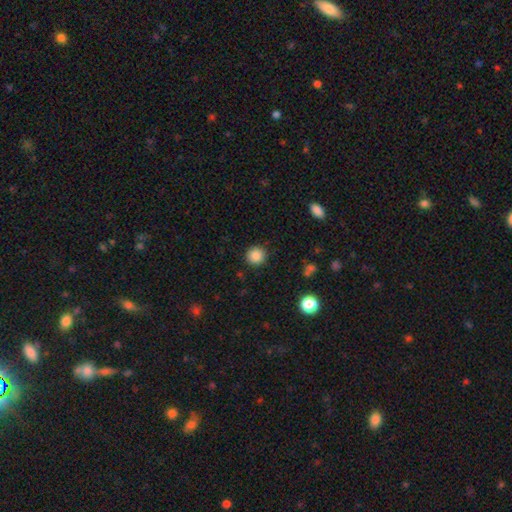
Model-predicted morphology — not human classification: Q: Smooth or featured?
A: smooth (86%); runner-up: star or artifact (10%)
Q: How rounded?
A: round (93%); runner-up: in between (6%)
Q: Merging?
A: none (90%); runner-up: minor disturbance (6%)